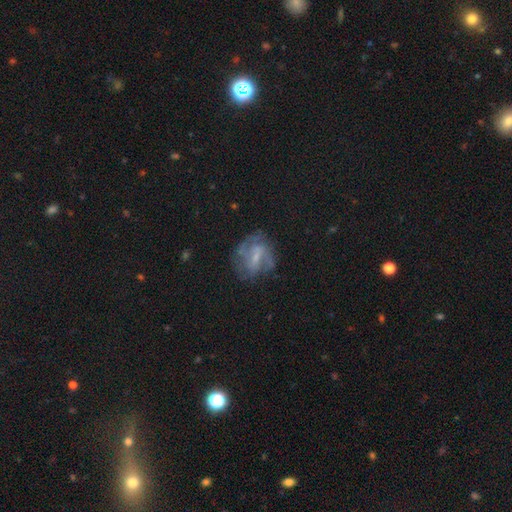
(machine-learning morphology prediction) A featured or disk galaxy (67%) with a weak bar (49%), spiral arms (71%) and a small central bulge (51%). Merging: none (58%).